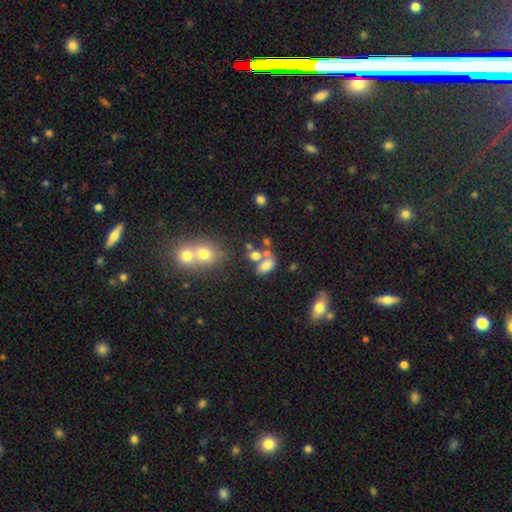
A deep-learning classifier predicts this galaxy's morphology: Overall: smooth (69%). How rounded: in between (80%). Merging: merger (44%; none 34%).